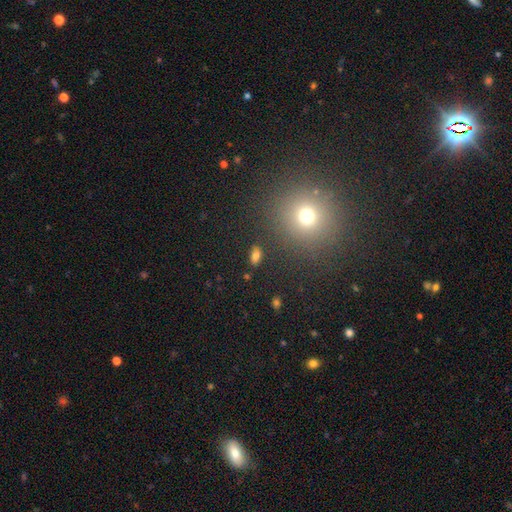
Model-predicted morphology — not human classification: Smooth or featured? smooth (77%)
How rounded? in between (86%)
Merging? none (82%)